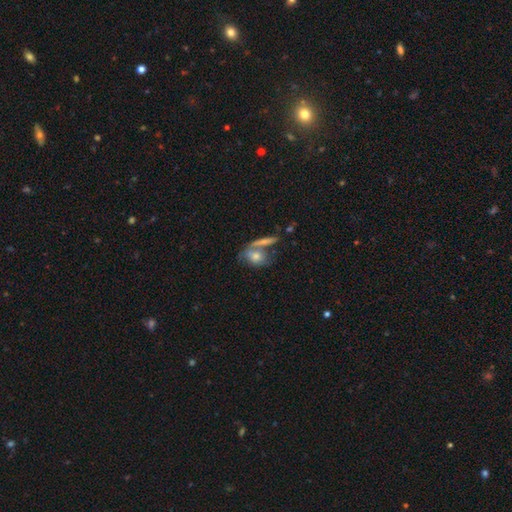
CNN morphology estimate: This is possibly a smooth galaxy (58%). How rounded: possibly in between (59%). Merging: marginally none (41%).